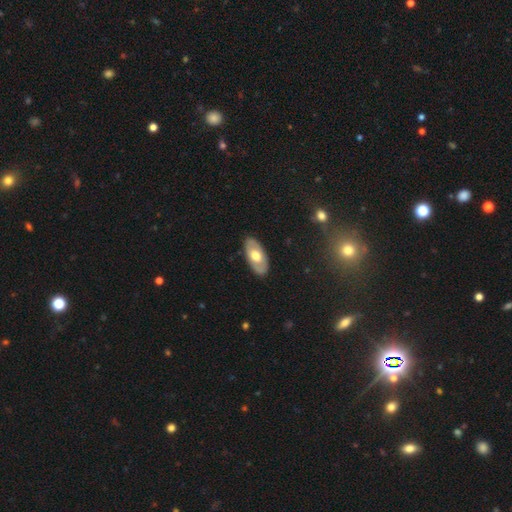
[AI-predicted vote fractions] Morphology: type=smooth (50%); roundness=in between (92%); merging=none (87%).